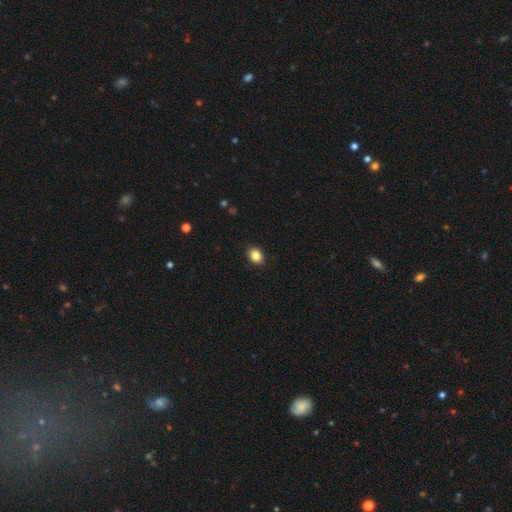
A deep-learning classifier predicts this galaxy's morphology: Smooth or featured?
  - smooth: 85% *
  - star or artifact: 9%
  - featured or disk: 5%
How rounded?
  - in between: 56% *
  - round: 43%
  - cigar-shaped: 1%
Merging?
  - none: 90% *
  - minor disturbance: 7%
  - major disturbance: 2%
  - merger: 1%